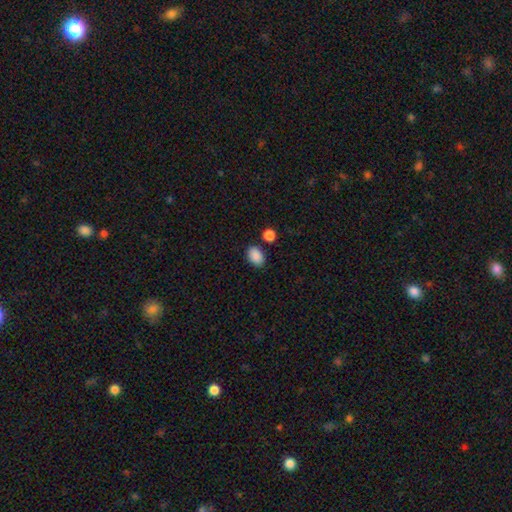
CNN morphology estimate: A smooth galaxy with no disk features (89%) that is in between round and cigar-shaped (84%). Merging: none (80%).